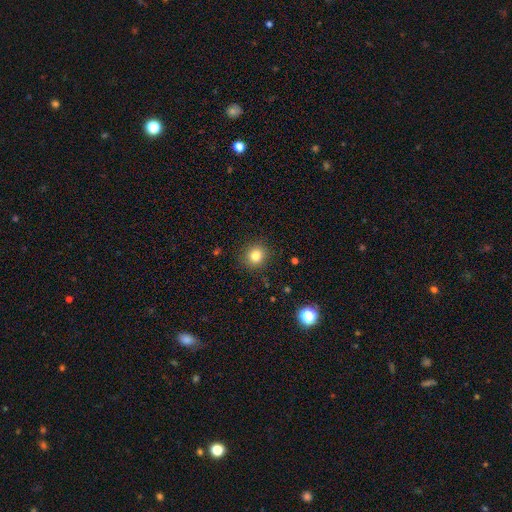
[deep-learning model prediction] smooth 81%, star or artifact 12%, featured or disk 7%. Down the decision tree: how rounded — round (87%); merging — none (89%).